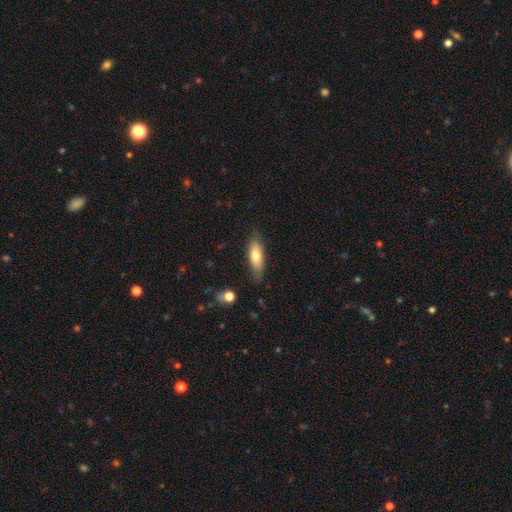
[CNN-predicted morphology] A smooth galaxy with no disk features (73%) that is in between round and cigar-shaped (54%).

Vote fractions:
- Smooth or featured? smooth: 73% / featured or disk: 20% / star or artifact: 6%
- How rounded? in between: 54% / cigar-shaped: 43% / round: 2%
- Merging? none: 79% / minor disturbance: 16% / major disturbance: 3% / merger: 2%